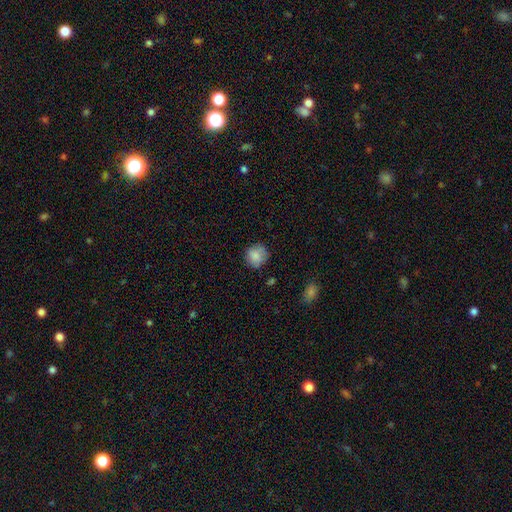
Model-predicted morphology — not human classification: This appears to be a smooth galaxy with no disk features (85%) that is round (85%). Merging: none (76%).